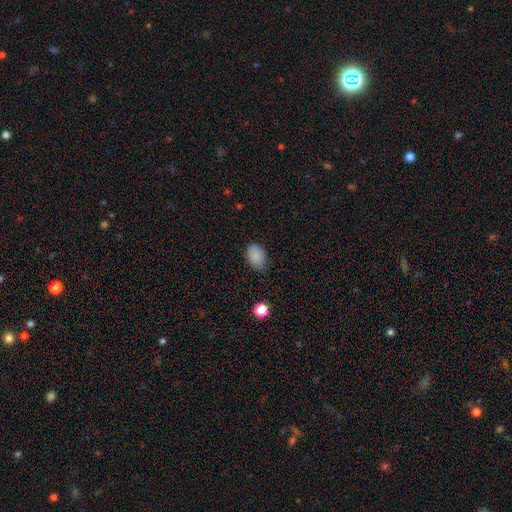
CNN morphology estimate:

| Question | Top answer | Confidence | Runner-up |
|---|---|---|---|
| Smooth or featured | smooth | 87% | star or artifact (9%) |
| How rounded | in between | 81% | round (18%) |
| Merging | none | 77% | minor disturbance (18%) |